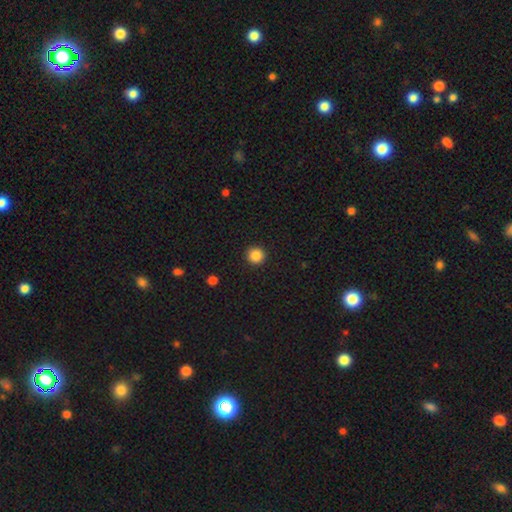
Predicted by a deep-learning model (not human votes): Overall: smooth (86%). How rounded: round (96%). Merging: none (93%).